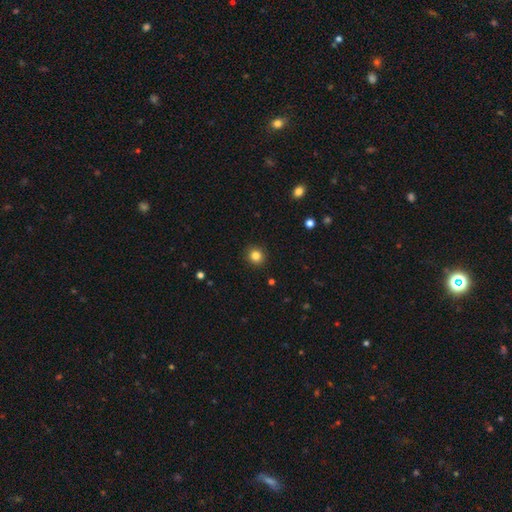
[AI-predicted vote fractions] Q: Smooth or featured?
A: smooth (83%); runner-up: star or artifact (12%)
Q: How rounded?
A: round (90%); runner-up: in between (9%)
Q: Merging?
A: none (91%); runner-up: minor disturbance (6%)